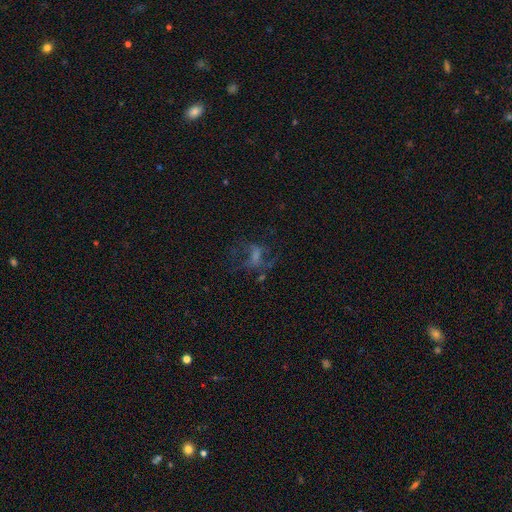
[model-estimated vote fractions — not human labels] Smooth or featured: featured or disk — 48% (smooth — 27%)
Merging: none — 44% (major disturbance — 37%)